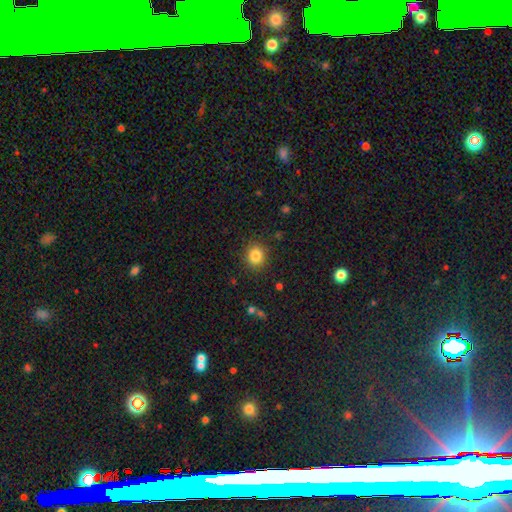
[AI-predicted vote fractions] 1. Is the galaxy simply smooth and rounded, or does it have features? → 84% smooth, 11% star or artifact, 5% featured or disk.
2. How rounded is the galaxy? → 80% round, 19% in between, 1% cigar-shaped.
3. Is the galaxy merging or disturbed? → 88% none, 8% minor disturbance, 3% major disturbance, 1% merger.